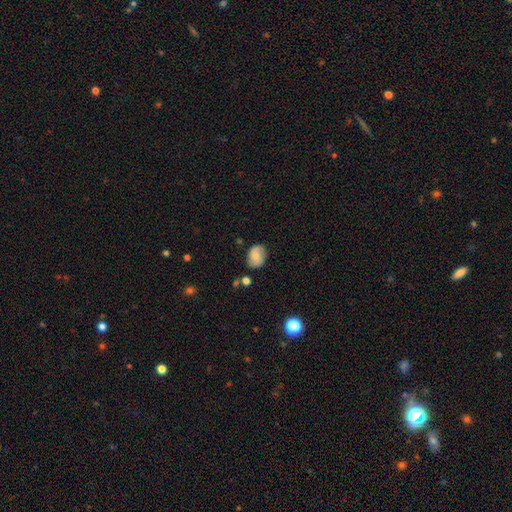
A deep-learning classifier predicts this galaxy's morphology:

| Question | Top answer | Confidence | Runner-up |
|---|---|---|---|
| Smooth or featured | smooth | 65% | featured or disk (26%) |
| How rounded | in between | 55% | round (44%) |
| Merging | none | 72% | minor disturbance (20%) |